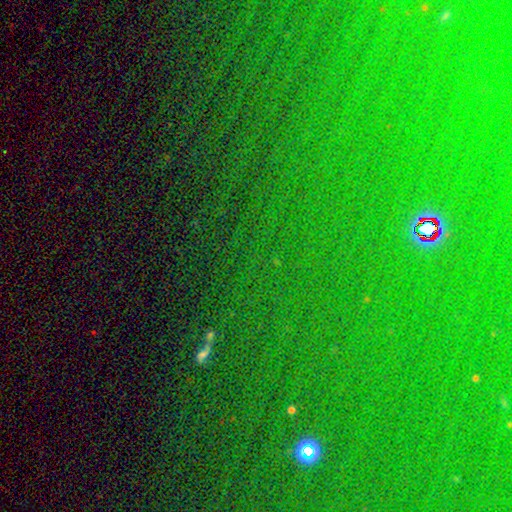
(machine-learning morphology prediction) A star or artifact, not a galaxy (79%).